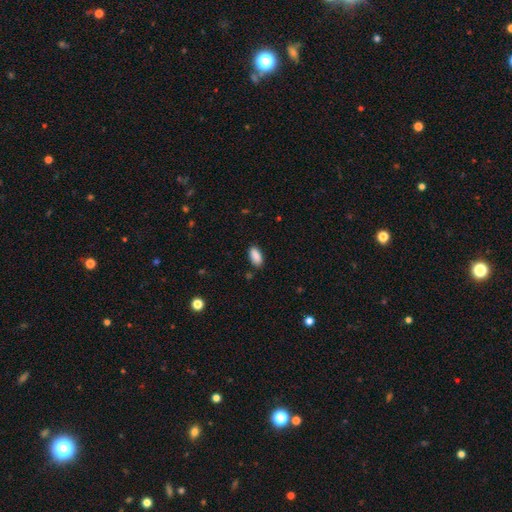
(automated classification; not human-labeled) This is clearly a smooth galaxy (89%). How rounded: clearly in between (91%). Merging: clearly none (86%).